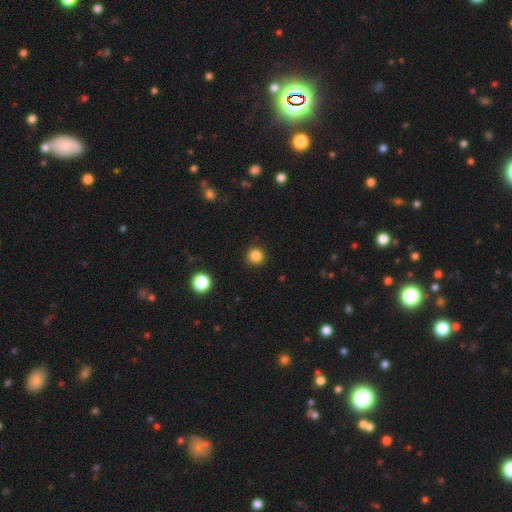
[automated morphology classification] This appears to be a smooth galaxy with no disk features (84%) that is round (94%). Merging: none (90%).